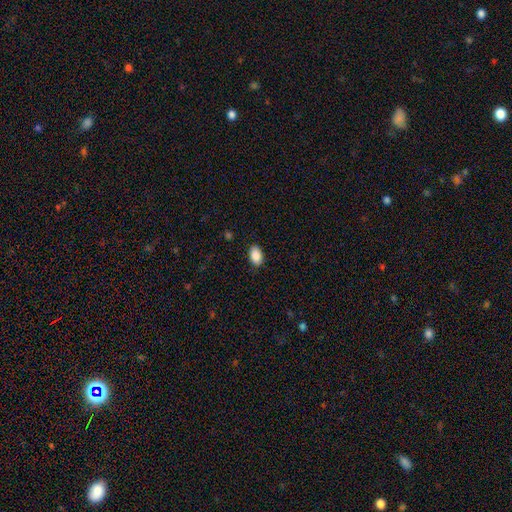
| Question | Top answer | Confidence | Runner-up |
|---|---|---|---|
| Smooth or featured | smooth | 88% | star or artifact (10%) |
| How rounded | in between | 89% | round (6%) |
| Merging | none | 86% | minor disturbance (8%) |